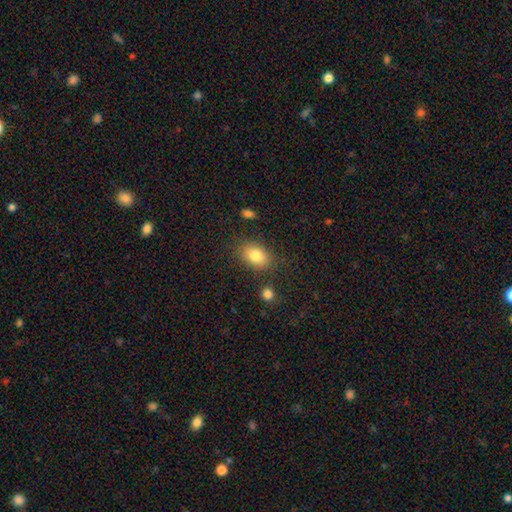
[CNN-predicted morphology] smooth 82%, featured or disk 9%, star or artifact 9%. Down the decision tree: how rounded — in between (81%); merging — none (81%).